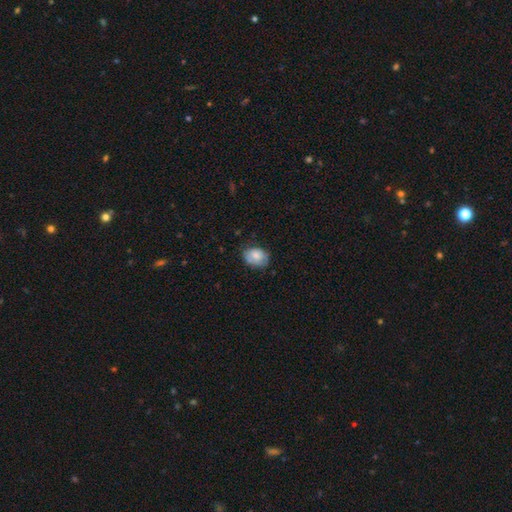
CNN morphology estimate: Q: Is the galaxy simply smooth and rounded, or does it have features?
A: smooth — 75%.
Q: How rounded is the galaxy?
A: in between — 71%.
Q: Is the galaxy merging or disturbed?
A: none — 65%.